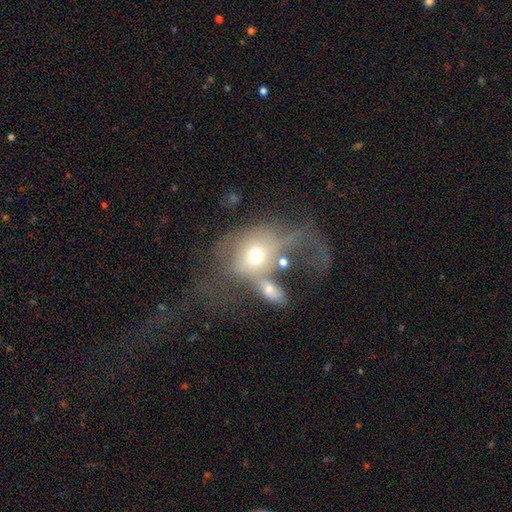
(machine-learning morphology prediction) smooth_or_featured: smooth (p=0.48) [alt: featured or disk p=0.39]
merging: major disturbance (p=0.39) [alt: merger p=0.36]